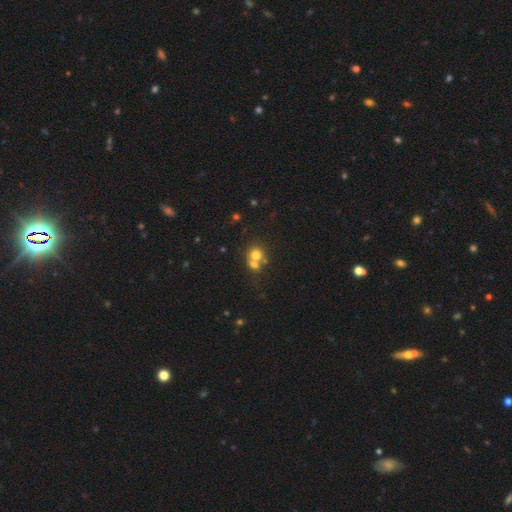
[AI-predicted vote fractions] Overall: smooth (70%). How rounded: round (81%). Merging: merger (53%; none 37%).